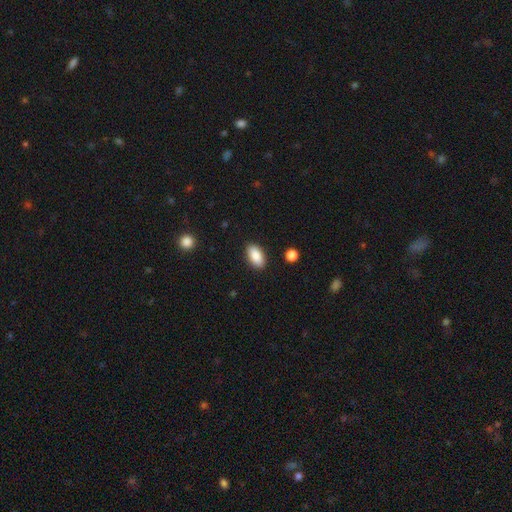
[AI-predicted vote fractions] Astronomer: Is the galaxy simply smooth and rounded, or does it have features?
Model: smooth — 87%.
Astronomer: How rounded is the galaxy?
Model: in between — 92%.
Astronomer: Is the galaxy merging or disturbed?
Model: none — 89%.